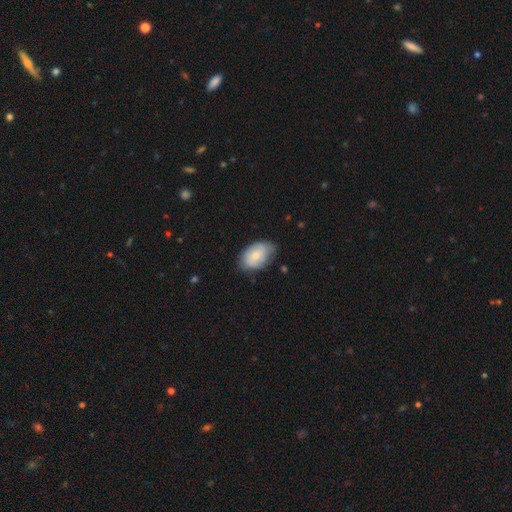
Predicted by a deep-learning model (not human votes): Smooth or featured: smooth — 76% (featured or disk — 18%)
How rounded: in between — 90% (round — 9%)
Merging: none — 71% (minor disturbance — 24%)